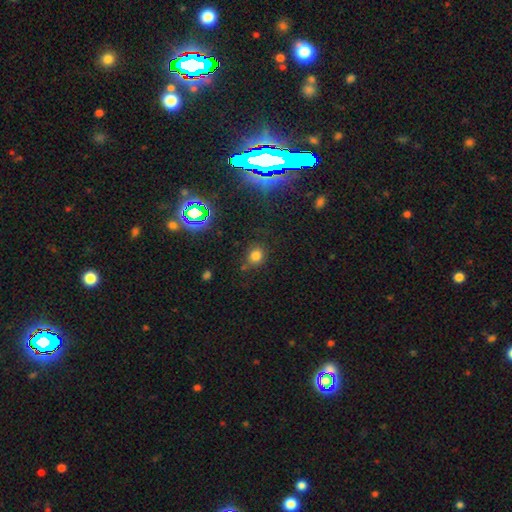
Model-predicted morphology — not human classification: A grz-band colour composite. It shows a smooth galaxy with no disk features (74%) that is round (73%). Merging: none (73%).